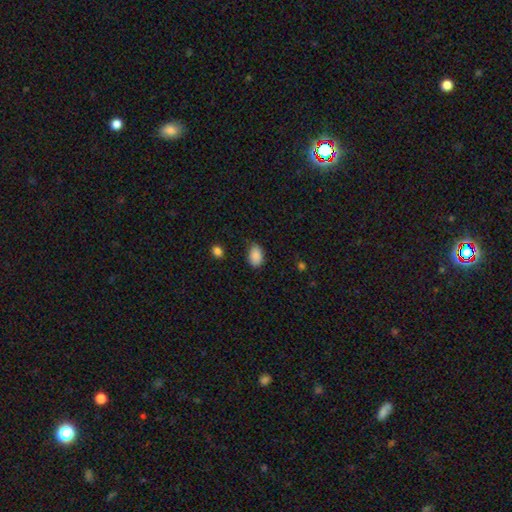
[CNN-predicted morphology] smooth-or-featured: smooth: 88% | star or artifact: 8% | featured or disk: 4%
  how-rounded: in between: 85% | round: 14% | cigar-shaped: 1%
  merging: none: 69% | minor disturbance: 25% | major disturbance: 4% | merger: 2%